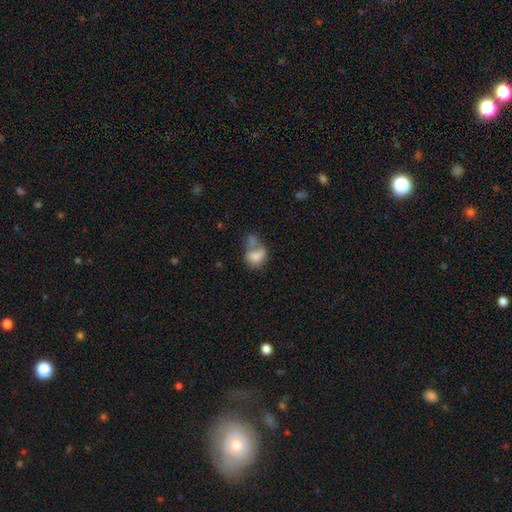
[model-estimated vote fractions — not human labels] A smooth galaxy with no disk features (65%) that is in between round and cigar-shaped (62%).

Vote fractions:
- Smooth or featured? smooth: 65% / featured or disk: 25% / star or artifact: 10%
- How rounded? in between: 62% / round: 36% / cigar-shaped: 1%
- Merging? merger: 44% / none: 22% / major disturbance: 19% / minor disturbance: 16%